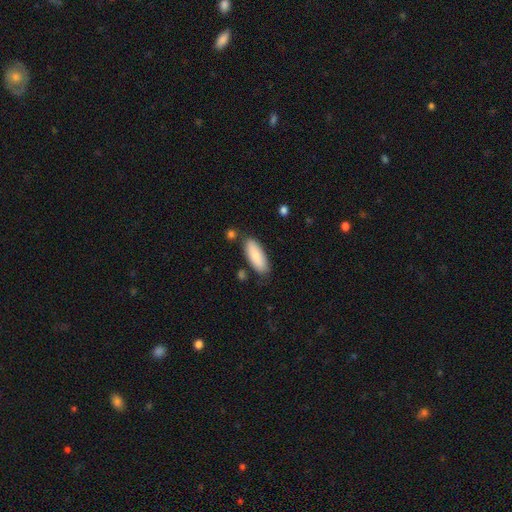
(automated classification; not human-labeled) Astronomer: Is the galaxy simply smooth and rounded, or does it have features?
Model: smooth — 84%.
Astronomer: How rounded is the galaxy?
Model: in between — 71%.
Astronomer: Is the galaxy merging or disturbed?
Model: none — 79%.